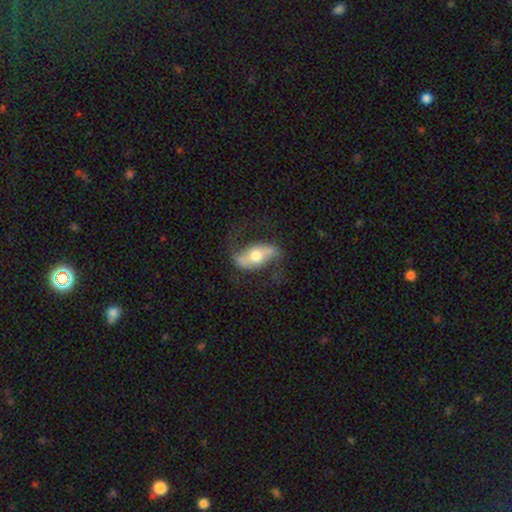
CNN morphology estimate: A featured or disk galaxy (70%) with a strong bar (42%), spiral arms (79%) and a moderate central bulge (67%).

Vote fractions:
- Smooth or featured? featured or disk: 70% / smooth: 24% / star or artifact: 6%
- Edge-on disk? no: 83% / yes: 17%
- Bar? strong: 42% / no: 31% / weak: 27%
- Spiral arms? yes: 79% / no: 21%
- Bulge size? moderate: 67% / large: 18% / small: 11% / dominant: 2% / none: 1%
- Merging? none: 68% / minor disturbance: 17% / major disturbance: 13% / merger: 2%